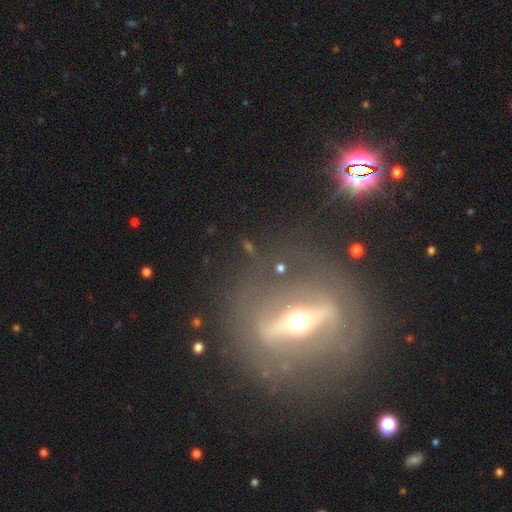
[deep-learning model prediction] featured or disk 79%, star or artifact 10%, smooth 10%. Down the decision tree: edge-on disk — yes (55%); merging — none (74%).